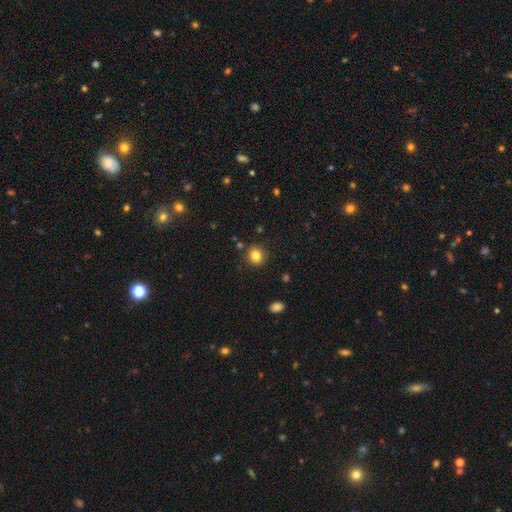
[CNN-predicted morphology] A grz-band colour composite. It shows a smooth galaxy with no disk features (82%) that is round (81%). Merging: none (86%).